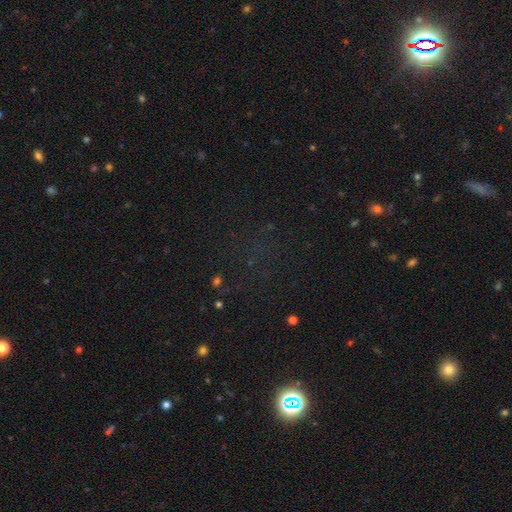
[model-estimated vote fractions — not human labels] A star or artifact, not a galaxy (68%).